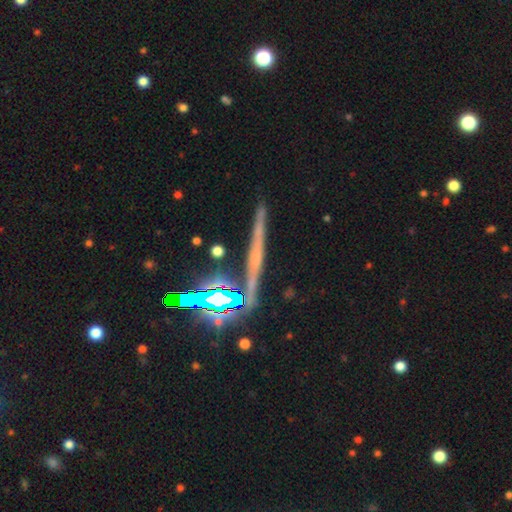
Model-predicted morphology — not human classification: Overall: featured or disk (48%; smooth 27%). Merging: none (84%).